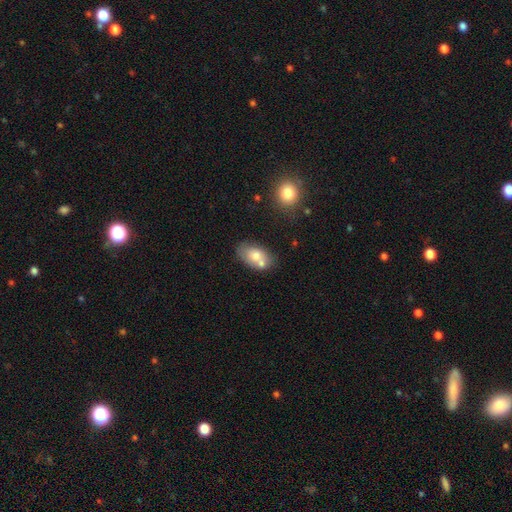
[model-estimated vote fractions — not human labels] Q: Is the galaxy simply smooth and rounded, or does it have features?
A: smooth — 71%.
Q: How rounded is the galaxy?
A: in between — 89%.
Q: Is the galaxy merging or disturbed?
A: none — 50%.